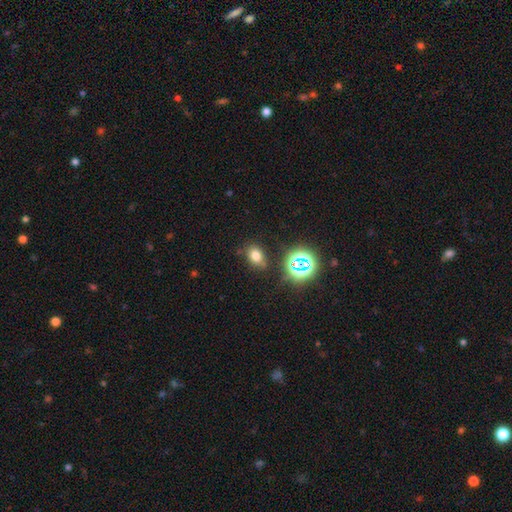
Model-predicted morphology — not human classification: type=smooth (69%); roundness=in between (71%); merging=none (78%).